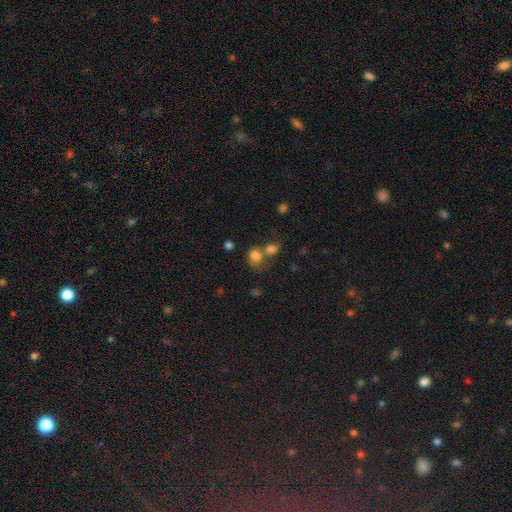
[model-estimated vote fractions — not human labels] Overall: smooth (79%). How rounded: round (50%; in between 48%). Merging: merger (51%; none 32%).